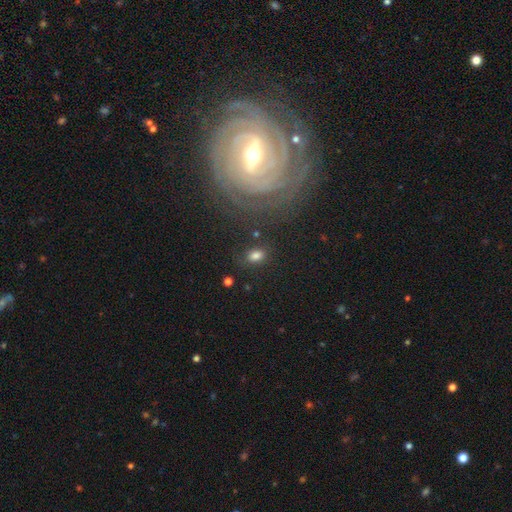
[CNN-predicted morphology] smooth_or_featured: smooth (p=0.80) [alt: star or artifact p=0.11]
how_rounded: in between (p=0.79) [alt: round p=0.20]
merging: none (p=0.80) [alt: minor disturbance p=0.12]